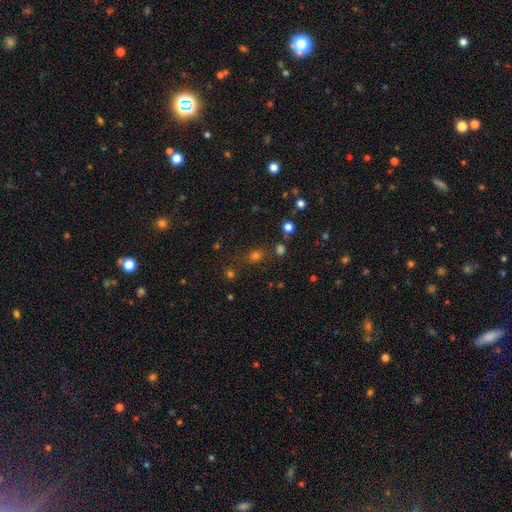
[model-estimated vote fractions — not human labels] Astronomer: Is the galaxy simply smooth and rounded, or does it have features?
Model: smooth — 55% (runner-up: star or artifact, 39%).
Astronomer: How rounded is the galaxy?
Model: round — 76%.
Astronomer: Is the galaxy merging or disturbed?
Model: none — 77%.